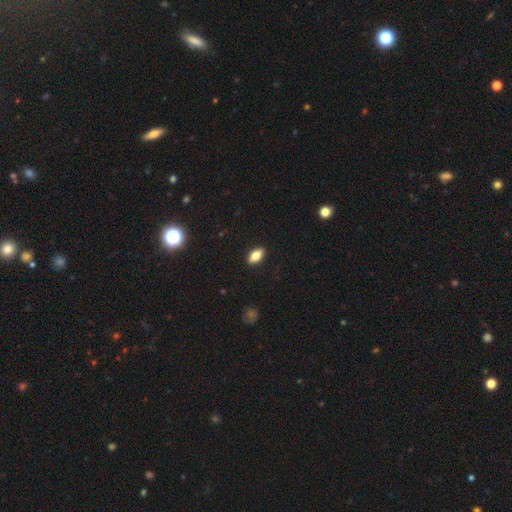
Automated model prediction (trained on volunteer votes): This appears to be a smooth galaxy with no disk features (73%) that is in between round and cigar-shaped (85%). Merging: none (89%).